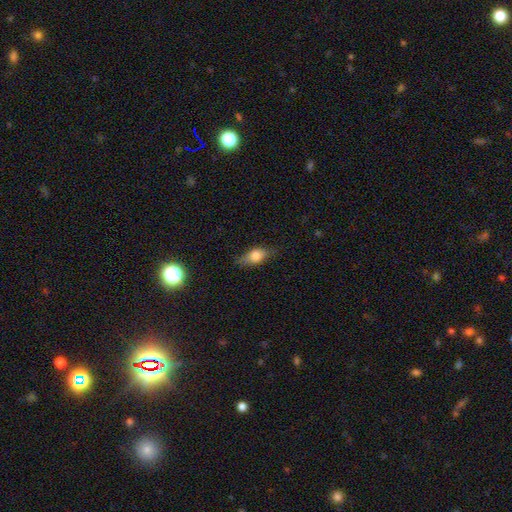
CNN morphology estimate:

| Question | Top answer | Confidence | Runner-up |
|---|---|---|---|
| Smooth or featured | smooth | 70% | featured or disk (21%) |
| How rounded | in between | 77% | cigar-shaped (12%) |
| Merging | none | 70% | minor disturbance (23%) |